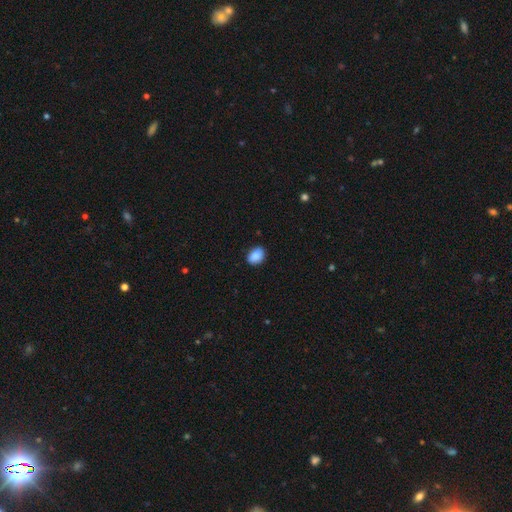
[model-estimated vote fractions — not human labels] Morphology: type=smooth (88%); roundness=in between (66%); merging=none (83%).